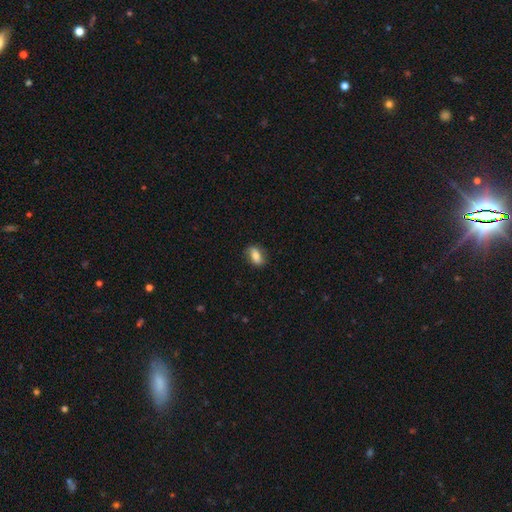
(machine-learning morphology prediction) Smooth or featured? Predicted: smooth (p=0.75). How rounded? Predicted: in between (p=0.84). Merging? Predicted: none (p=0.78).